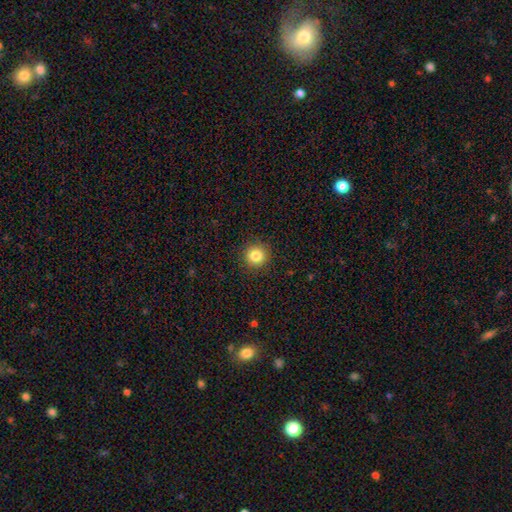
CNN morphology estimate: Smooth or featured: smooth — 84% (star or artifact — 11%)
How rounded: round — 94% (in between — 5%)
Merging: none — 91% (minor disturbance — 6%)